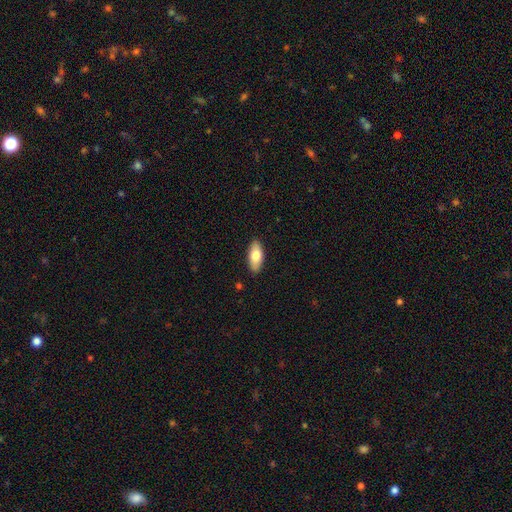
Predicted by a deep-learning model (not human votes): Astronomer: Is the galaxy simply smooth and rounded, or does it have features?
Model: smooth — 74%.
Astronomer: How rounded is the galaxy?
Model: in between — 87%.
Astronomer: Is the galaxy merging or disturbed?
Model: none — 89%.